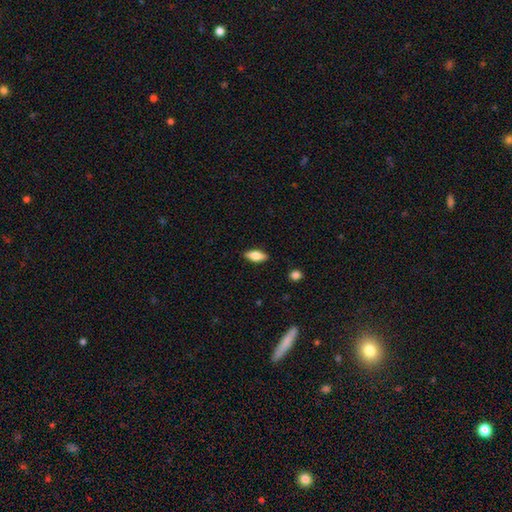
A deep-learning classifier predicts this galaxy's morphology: type=smooth (68%); roundness=in between (80%); merging=none (87%).